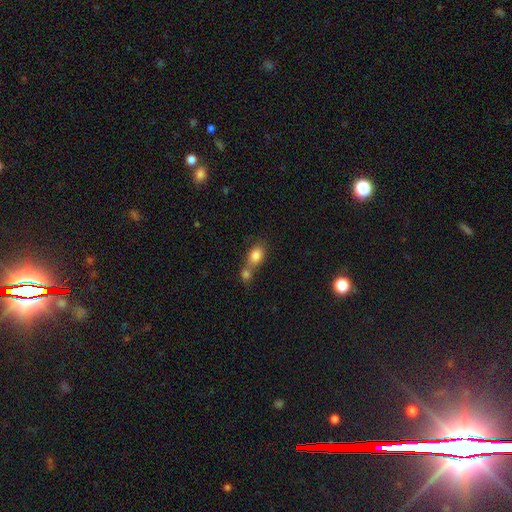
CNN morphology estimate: smooth 81%, featured or disk 10%, star or artifact 9%. Down the decision tree: how rounded — in between (64%); merging — merger (58%).